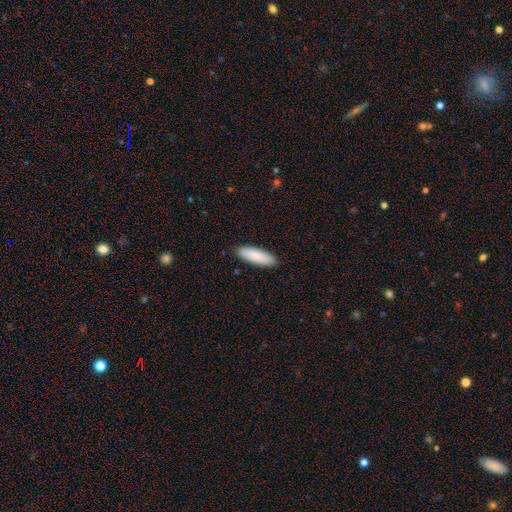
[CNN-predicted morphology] A smooth galaxy with no disk features (89%) that is cigar-shaped (50%).

Vote fractions:
- Smooth or featured? smooth: 89% / featured or disk: 6% / star or artifact: 5%
- How rounded? cigar-shaped: 50% / in between: 48% / round: 1%
- Merging? none: 90% / minor disturbance: 8% / major disturbance: 2% / merger: 1%